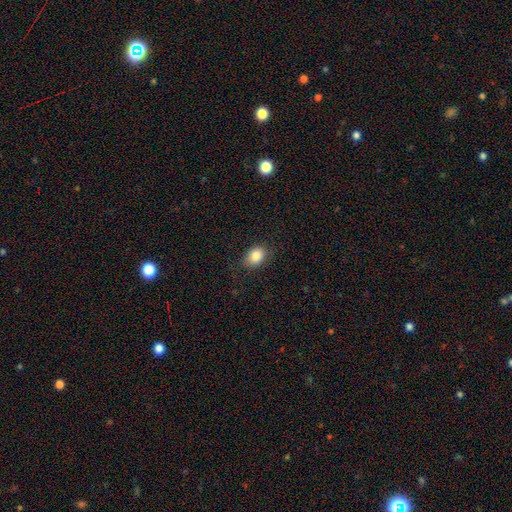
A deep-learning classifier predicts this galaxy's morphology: Q: Smooth or featured?
A: smooth (84%); runner-up: star or artifact (9%)
Q: How rounded?
A: in between (66%); runner-up: round (33%)
Q: Merging?
A: none (83%); runner-up: minor disturbance (13%)